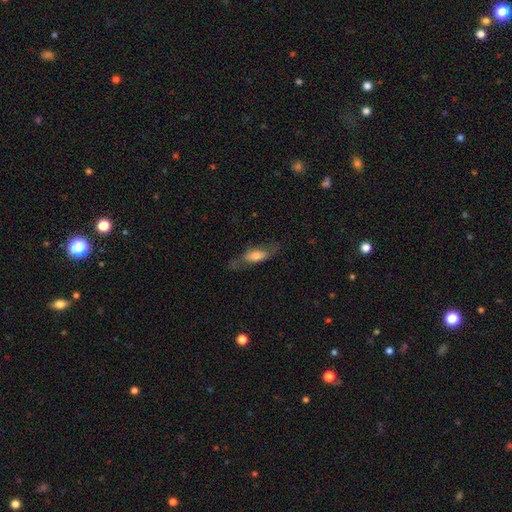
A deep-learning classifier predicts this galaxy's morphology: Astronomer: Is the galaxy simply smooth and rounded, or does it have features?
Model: smooth — 54% (runner-up: featured or disk, 39%).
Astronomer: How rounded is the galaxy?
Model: in between — 62%.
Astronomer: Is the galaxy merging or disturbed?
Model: none — 61%.